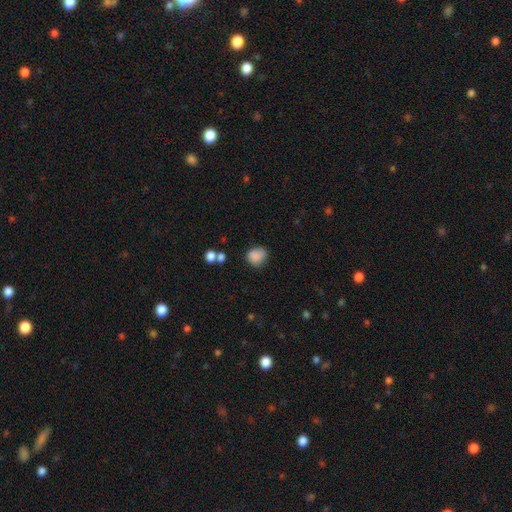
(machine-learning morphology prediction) This appears to be a smooth galaxy with no disk features (83%) that is round (72%). Merging: none (61%).